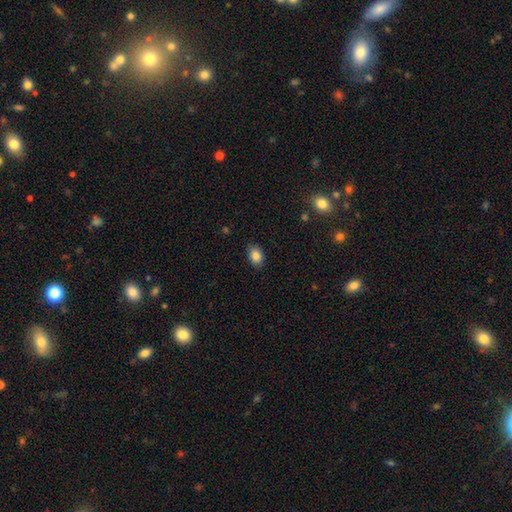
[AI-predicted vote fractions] A smooth galaxy with no disk features (85%) that is in between round and cigar-shaped (80%).

Vote fractions:
- Smooth or featured? smooth: 85% / star or artifact: 9% / featured or disk: 6%
- How rounded? in between: 80% / round: 19% / cigar-shaped: 1%
- Merging? none: 86% / minor disturbance: 11% / major disturbance: 2% / merger: 1%